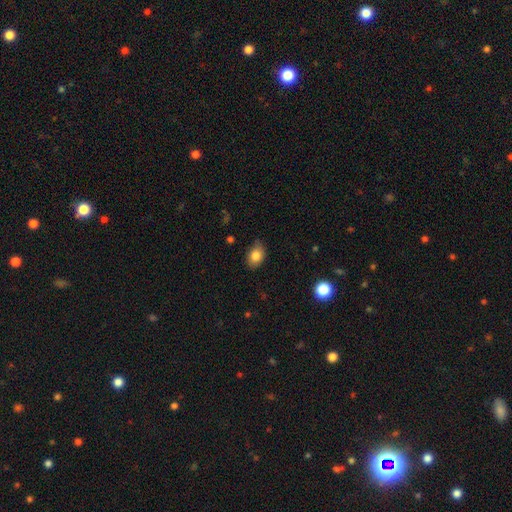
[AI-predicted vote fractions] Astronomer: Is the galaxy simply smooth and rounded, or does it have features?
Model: smooth — 82%.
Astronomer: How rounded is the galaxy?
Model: in between — 79%.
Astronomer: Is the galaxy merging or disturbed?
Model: none — 79%.